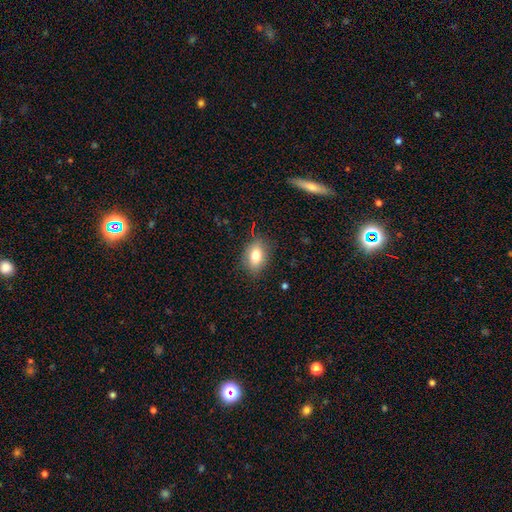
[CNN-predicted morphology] Smooth or featured? Predicted: smooth (p=0.78). How rounded? Predicted: in between (p=0.82). Merging? Predicted: none (p=0.82).